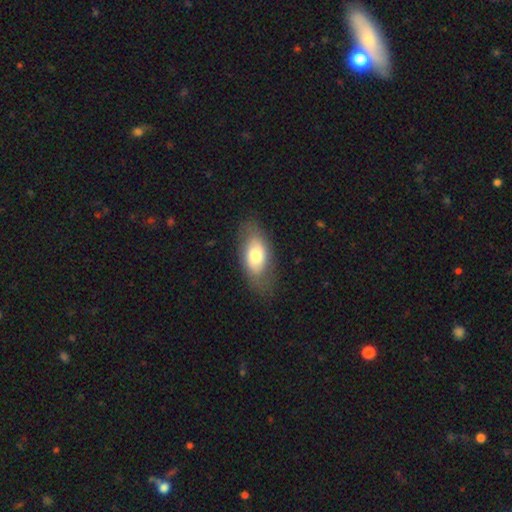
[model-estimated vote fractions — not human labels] The model was most divided on "smooth or featured": smooth: 65%, featured or disk: 28%, star or artifact: 7%. More confident: how rounded — in between (90%); merging — none (74%).